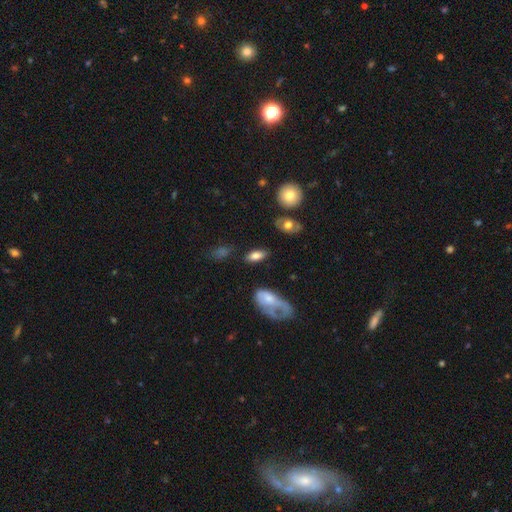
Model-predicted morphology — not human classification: Smooth or featured? smooth (74%)
How rounded? in between (84%)
Merging? none (73%)